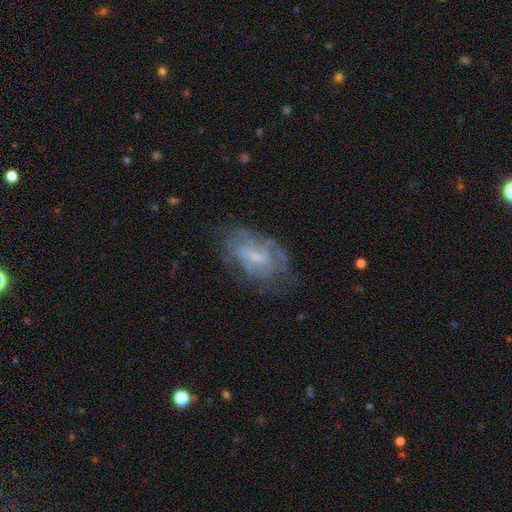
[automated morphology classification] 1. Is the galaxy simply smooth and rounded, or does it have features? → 65% featured or disk, 27% smooth, 9% star or artifact.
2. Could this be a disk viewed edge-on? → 94% no, 6% yes.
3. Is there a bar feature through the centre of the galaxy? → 51% weak, 37% no, 12% strong.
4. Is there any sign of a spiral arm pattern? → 69% yes, 31% no.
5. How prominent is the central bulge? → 55% small, 29% moderate, 13% none, 2% large, 1% dominant.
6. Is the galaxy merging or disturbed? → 58% none, 24% minor disturbance, 15% major disturbance, 2% merger.